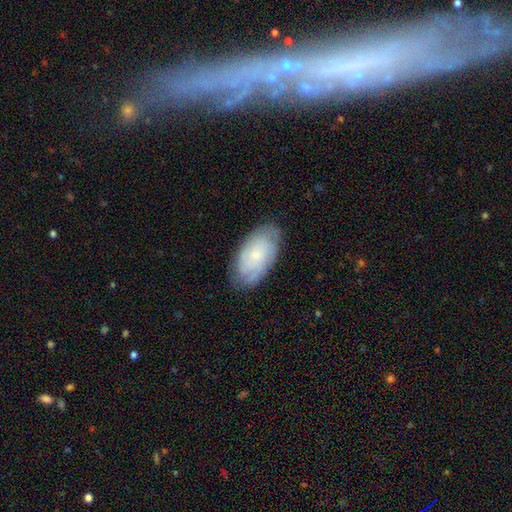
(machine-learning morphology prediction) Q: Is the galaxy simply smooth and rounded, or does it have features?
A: smooth — 48%.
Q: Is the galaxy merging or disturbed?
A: none — 77%.